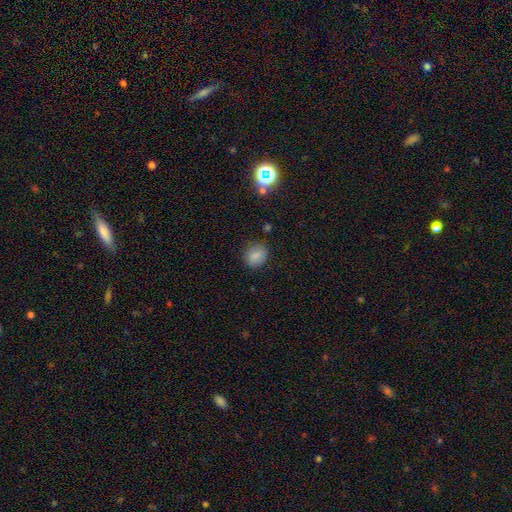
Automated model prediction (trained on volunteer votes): Morphology: type=smooth (82%); roundness=round (73%); merging=none (82%).